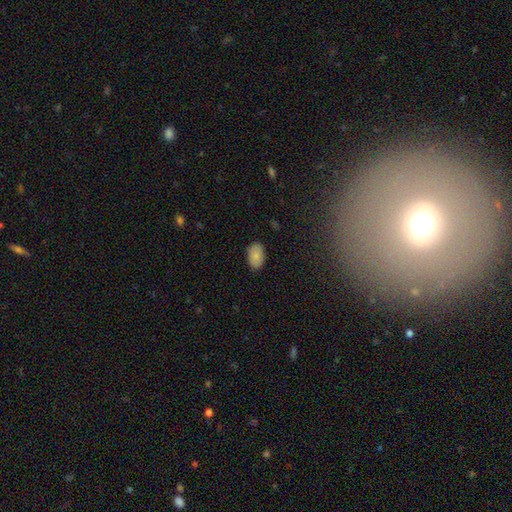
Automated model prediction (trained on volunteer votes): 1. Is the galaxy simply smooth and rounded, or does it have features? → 84% smooth, 9% featured or disk, 7% star or artifact.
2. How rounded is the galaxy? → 91% in between, 7% round, 1% cigar-shaped.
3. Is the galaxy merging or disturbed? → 86% none, 11% minor disturbance, 2% major disturbance, 1% merger.